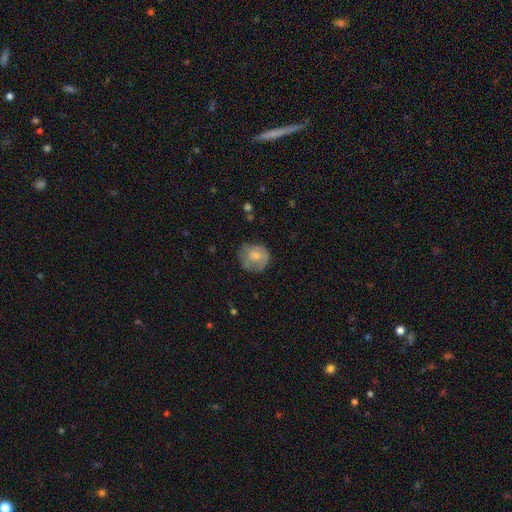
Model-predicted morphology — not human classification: smooth_or_featured: smooth (p=0.69) [alt: featured or disk p=0.24]
how_rounded: round (p=0.84) [alt: in between p=0.15]
merging: none (p=0.61) [alt: minor disturbance p=0.26]